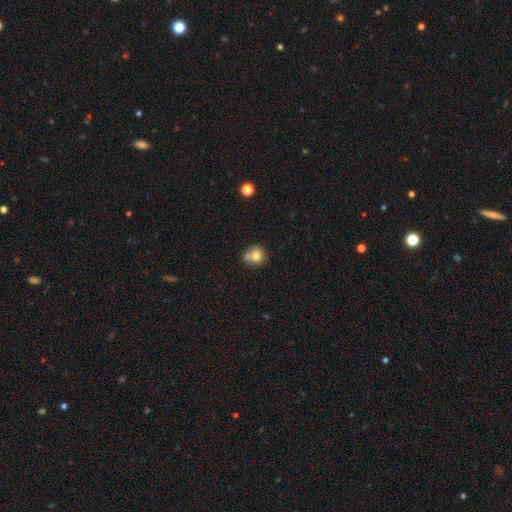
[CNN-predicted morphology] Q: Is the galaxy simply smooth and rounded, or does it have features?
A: smooth — 76%.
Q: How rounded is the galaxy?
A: round — 85%.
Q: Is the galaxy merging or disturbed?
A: none — 50%.